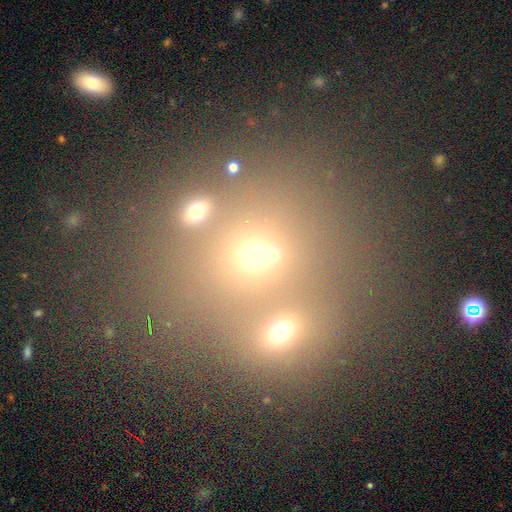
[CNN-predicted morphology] Smooth or featured: smooth — 59% (star or artifact — 27%)
How rounded: round — 77% (in between — 22%)
Merging: merger — 51% (none — 38%)